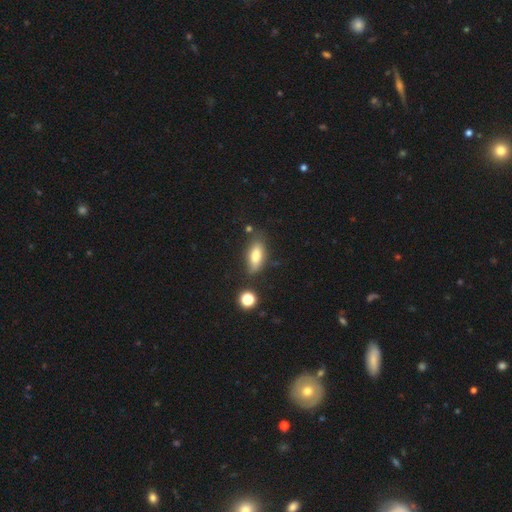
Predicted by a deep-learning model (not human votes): smooth_or_featured: smooth (p=0.76) [alt: featured or disk p=0.16]
how_rounded: in between (p=0.74) [alt: cigar-shaped p=0.23]
merging: none (p=0.69) [alt: minor disturbance p=0.19]